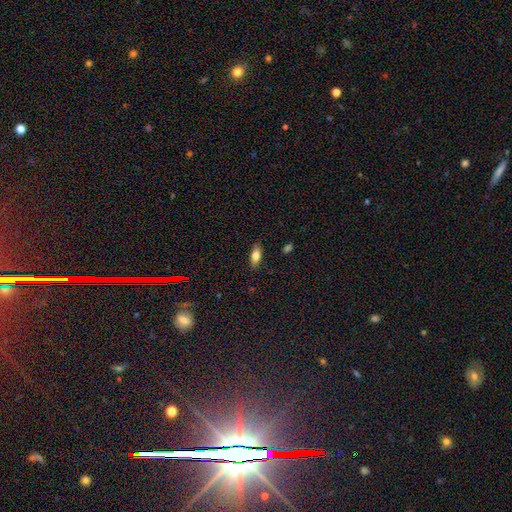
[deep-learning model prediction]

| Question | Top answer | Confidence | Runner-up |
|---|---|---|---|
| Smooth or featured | smooth | 76% | featured or disk (16%) |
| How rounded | in between | 80% | cigar-shaped (17%) |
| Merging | none | 86% | minor disturbance (11%) |